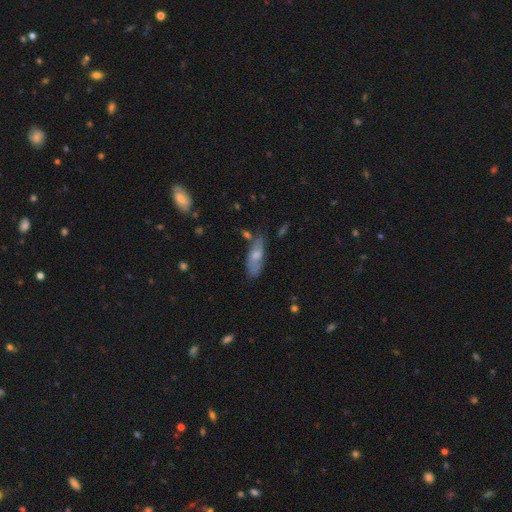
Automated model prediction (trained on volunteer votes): Smooth or featured? smooth (60%)
How rounded? in between (66%)
Merging? none (61%)